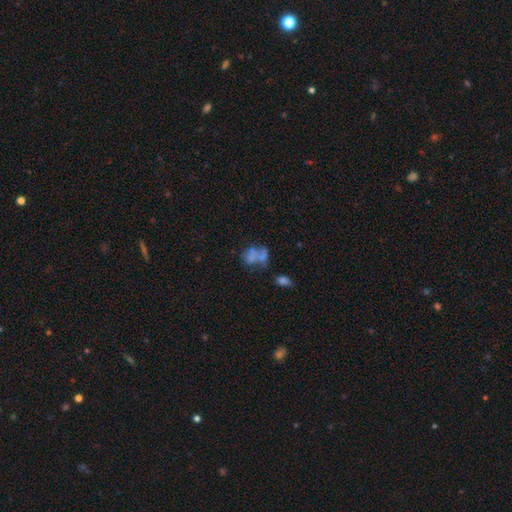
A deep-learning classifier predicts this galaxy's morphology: A smooth galaxy with no disk features (48%). Merging: merger (36%).